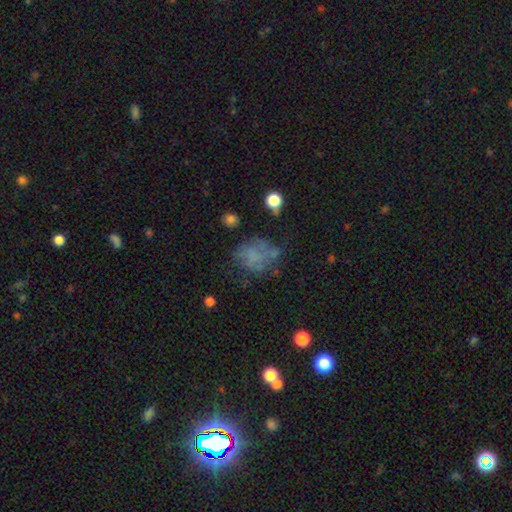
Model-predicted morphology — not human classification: Overall: smooth (47%; featured or disk 33%). Merging: none (46%; major disturbance 24%).